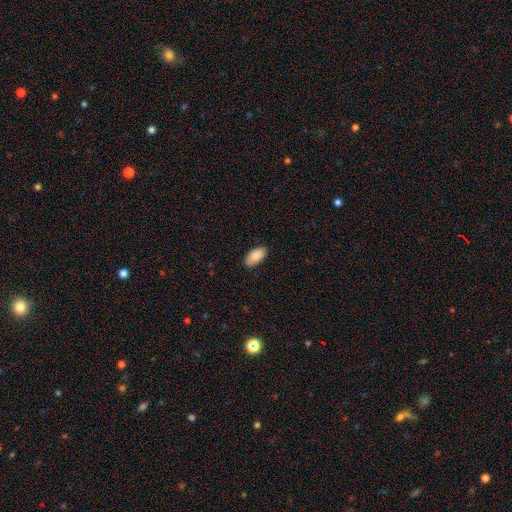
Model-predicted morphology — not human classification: A smooth galaxy with no disk features (87%) that is in between round and cigar-shaped (92%). Merging: none (85%).